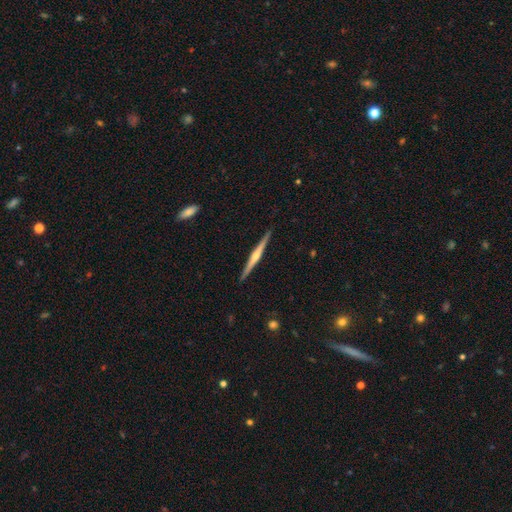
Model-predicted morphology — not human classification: Smooth or featured: featured or disk — 73% (smooth — 22%)
Edge-on disk: yes — 98% (no — 2%)
Edge-on bulge: rounded — 73% (none — 18%)
Merging: none — 92% (minor disturbance — 6%)